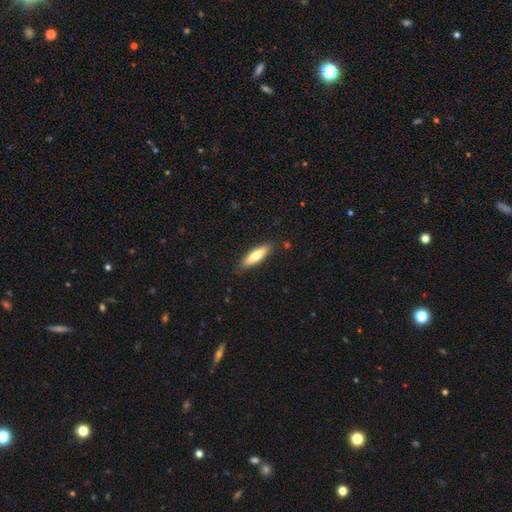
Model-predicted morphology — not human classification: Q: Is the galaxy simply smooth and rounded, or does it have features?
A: smooth — 72%.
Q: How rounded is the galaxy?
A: cigar-shaped — 63%.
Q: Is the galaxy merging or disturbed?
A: none — 85%.